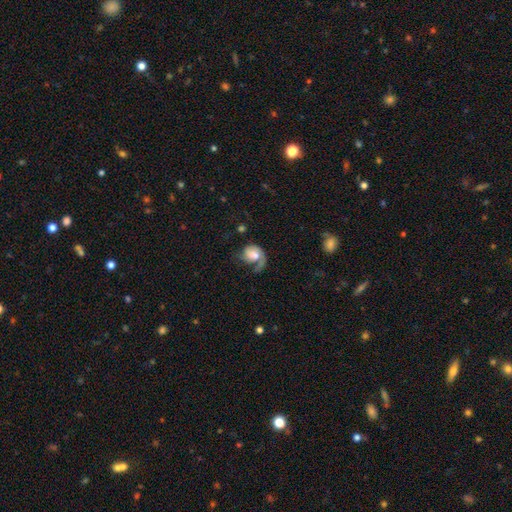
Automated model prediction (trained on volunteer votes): Overall: featured or disk (58%; smooth 34%). Edge-on disk: no (97%). Bar: no (68%). Spiral arms: yes (84%). Bulge size: moderate (38%; large 29%). Merging: major disturbance (42%; none 31%).